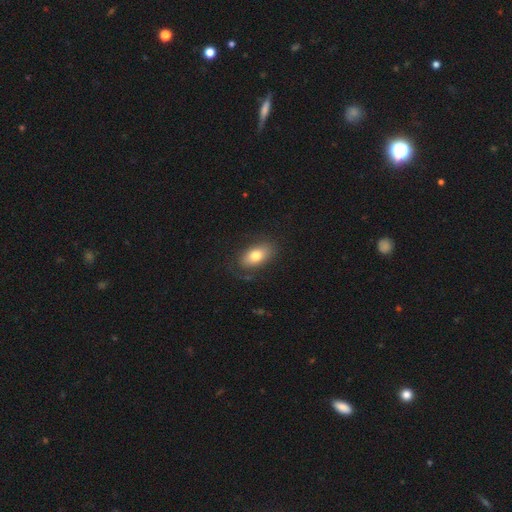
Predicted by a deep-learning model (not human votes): A smooth galaxy with no disk features (75%) that is in between round and cigar-shaped (89%).

Vote fractions:
- Smooth or featured? smooth: 75% / featured or disk: 17% / star or artifact: 8%
- How rounded? in between: 89% / round: 8% / cigar-shaped: 3%
- Merging? none: 77% / minor disturbance: 15% / major disturbance: 6% / merger: 1%